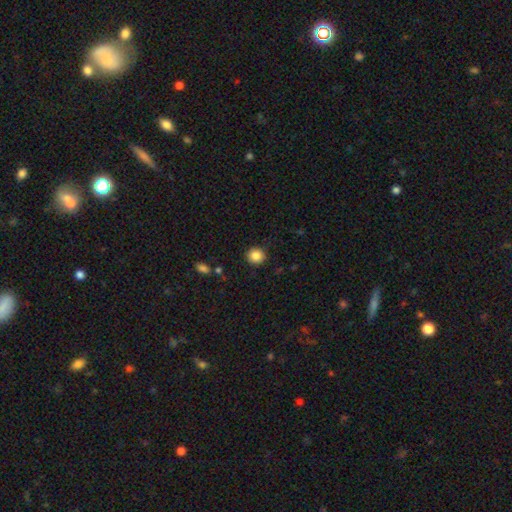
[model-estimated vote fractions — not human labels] Smooth or featured? Predicted: smooth (p=0.85). How rounded? Predicted: round (p=0.91). Merging? Predicted: none (p=0.90).